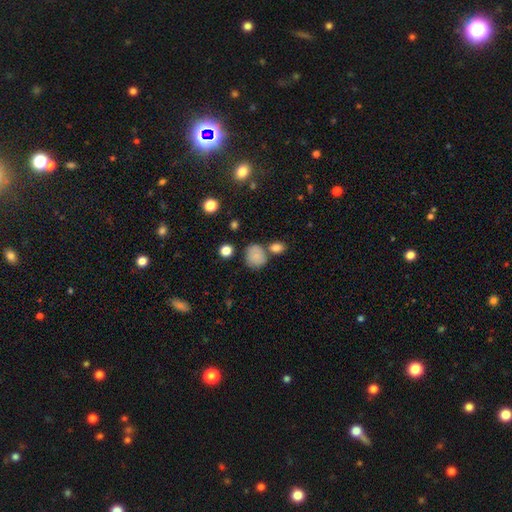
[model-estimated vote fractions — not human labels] Smooth or featured?
  - smooth: 81% *
  - star or artifact: 10%
  - featured or disk: 8%
How rounded?
  - round: 67% *
  - in between: 32%
  - cigar-shaped: 1%
Merging?
  - none: 58% *
  - merger: 19%
  - minor disturbance: 17%
  - major disturbance: 6%